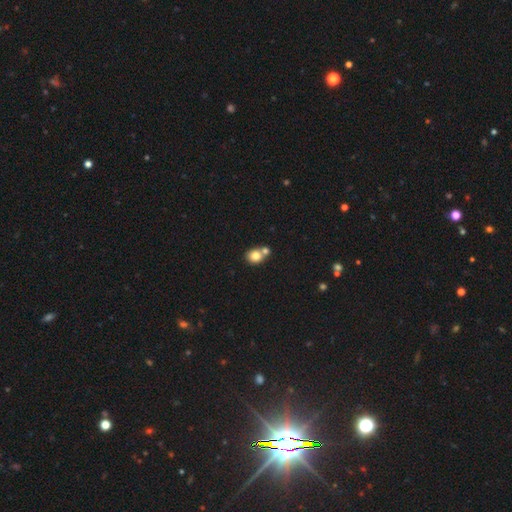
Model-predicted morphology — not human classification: The model was most divided on "merging": merger: 47%, none: 43%, minor disturbance: 8%, major disturbance: 3%. More confident: smooth or featured — smooth (79%); how rounded — round (69%).